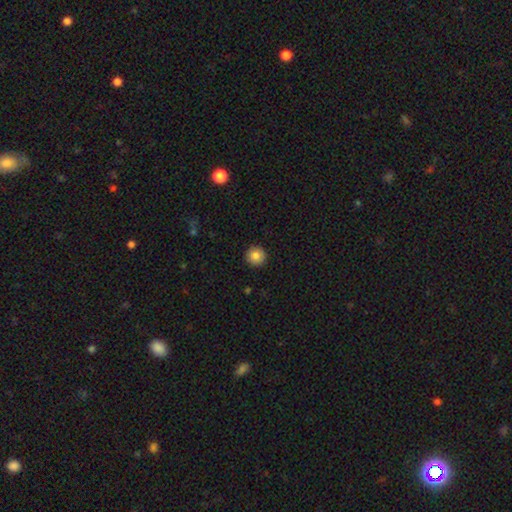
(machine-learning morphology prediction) type=smooth (84%); roundness=round (95%); merging=none (92%).